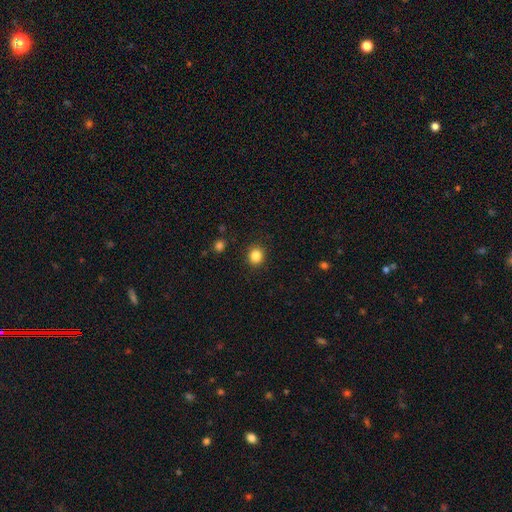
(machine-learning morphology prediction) smooth-or-featured: smooth: 85% | star or artifact: 11% | featured or disk: 4%
  how-rounded: round: 84% | in between: 15% | cigar-shaped: 1%
  merging: none: 91% | minor disturbance: 6% | major disturbance: 2% | merger: 1%